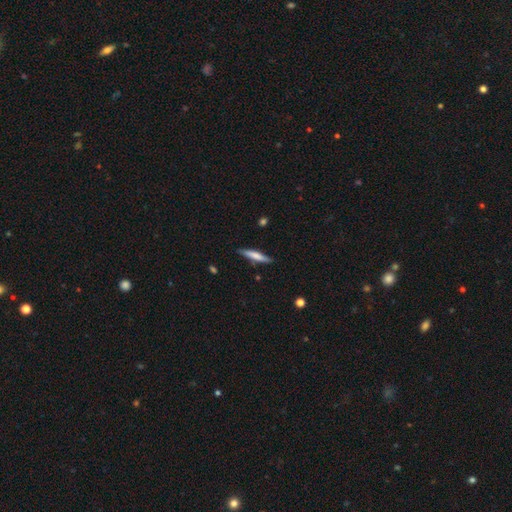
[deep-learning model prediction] This is likely a smooth galaxy (63%). How rounded: clearly cigar-shaped (89%). Merging: clearly none (85%).